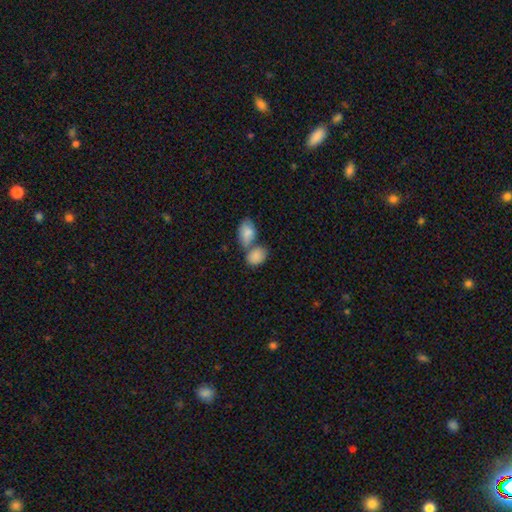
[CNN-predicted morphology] Overall: smooth (85%). How rounded: in between (78%). Merging: merger (56%; none 29%).